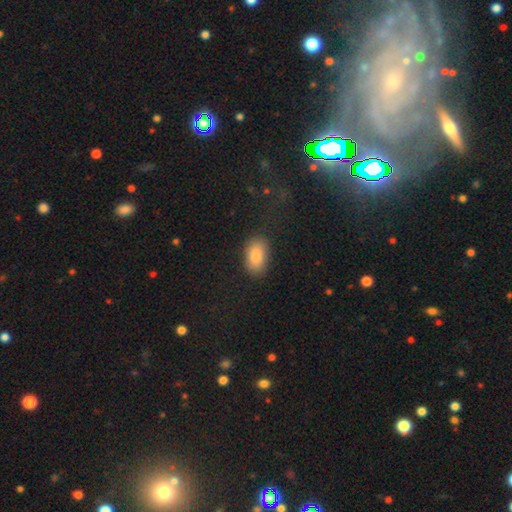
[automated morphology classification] type=smooth (84%); roundness=in between (91%); merging=none (84%).